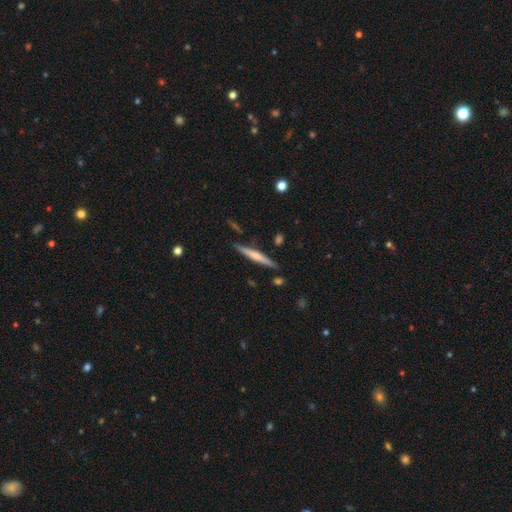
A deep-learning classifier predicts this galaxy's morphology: smooth-or-featured: featured or disk: 51% | smooth: 43% | star or artifact: 6%
  disk-edge-on: yes: 97% | no: 3%
  merging: none: 86% | minor disturbance: 9% | merger: 3% | major disturbance: 2%